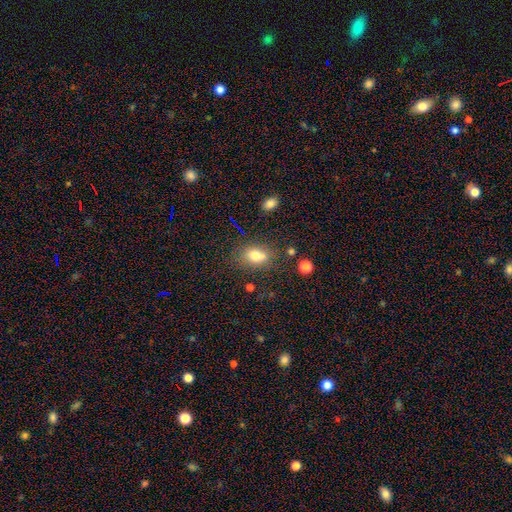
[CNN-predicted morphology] The model was most divided on "merging": none: 67%, minor disturbance: 17%, merger: 10%, major disturbance: 6%. More confident: smooth or featured — smooth (74%); how rounded — in between (74%).